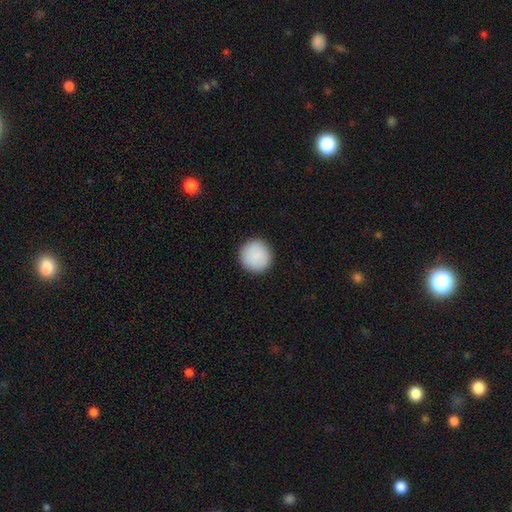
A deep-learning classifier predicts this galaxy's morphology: This is clearly a smooth galaxy (90%). How rounded: clearly round (95%). Merging: clearly none (92%).